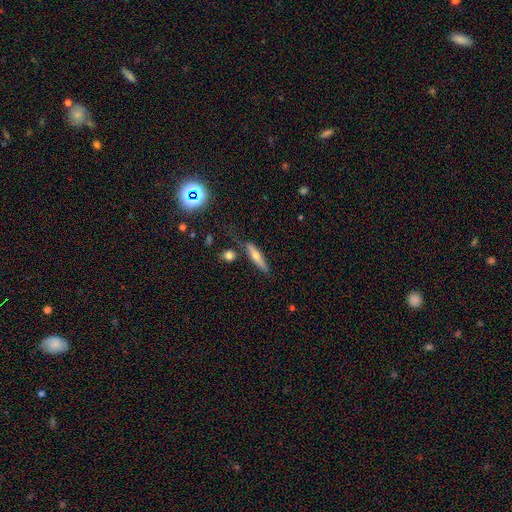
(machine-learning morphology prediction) featured or disk 47%, smooth 43%, star or artifact 10%. Down the decision tree: merging — none (70%).